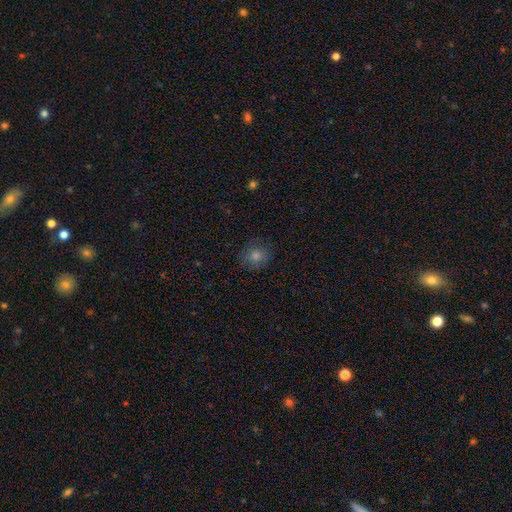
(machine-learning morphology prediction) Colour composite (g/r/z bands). It shows a smooth galaxy with no disk features (70%) that is round (85%). Merging: none (85%).